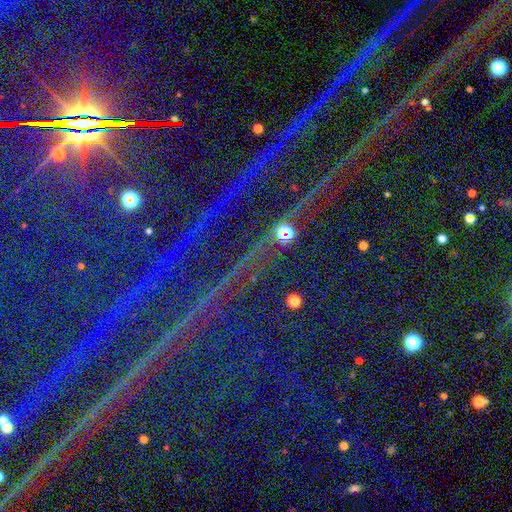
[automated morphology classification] smooth_or_featured: star or artifact (p=0.87) [alt: featured or disk p=0.07]